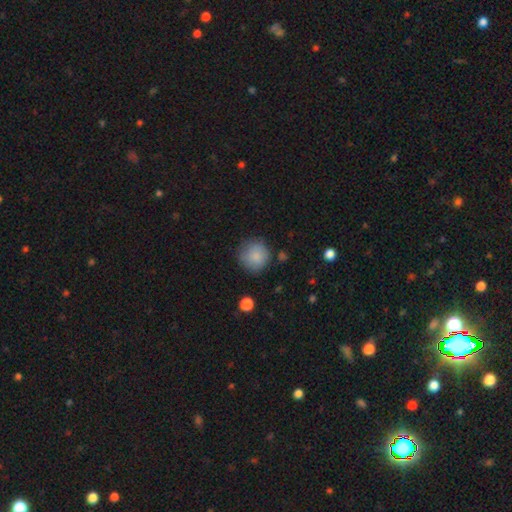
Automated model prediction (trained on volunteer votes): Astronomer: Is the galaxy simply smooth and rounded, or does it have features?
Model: smooth — 84%.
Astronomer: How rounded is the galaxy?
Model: round — 92%.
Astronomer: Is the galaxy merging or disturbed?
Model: none — 74%.